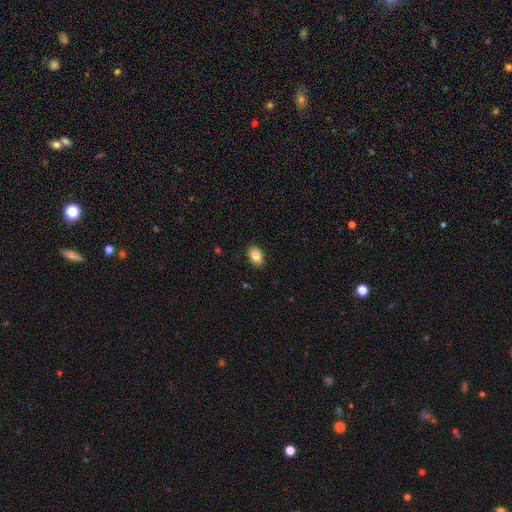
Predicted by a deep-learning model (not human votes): smooth 86%, star or artifact 8%, featured or disk 7%. Down the decision tree: how rounded — in between (87%); merging — none (89%).